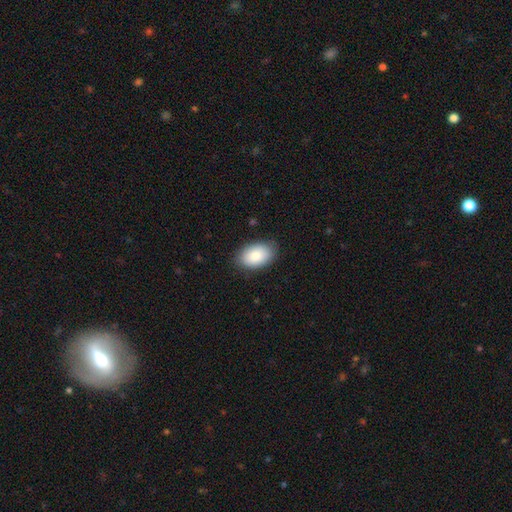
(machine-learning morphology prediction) A smooth galaxy with no disk features (86%) that is in between round and cigar-shaped (93%). Merging: none (83%).